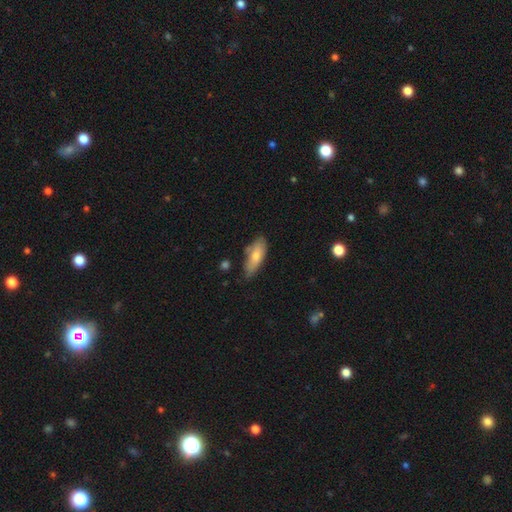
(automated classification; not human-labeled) A smooth galaxy with no disk features (69%) that is in between round and cigar-shaped (67%). Merging: none (68%).